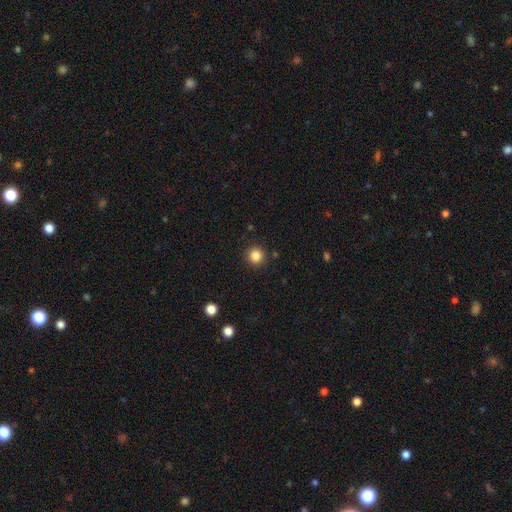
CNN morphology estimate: Smooth or featured? smooth (84%)
How rounded? round (94%)
Merging? none (91%)